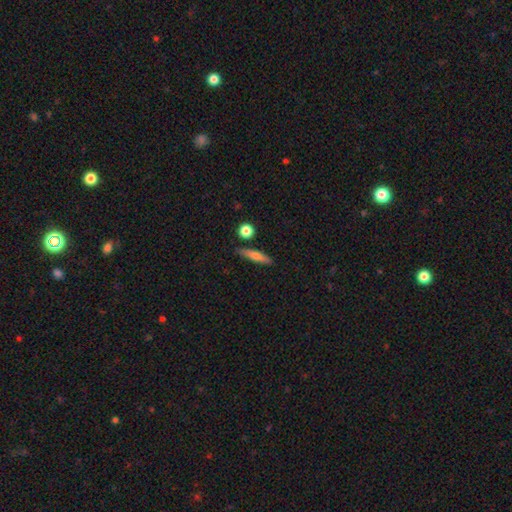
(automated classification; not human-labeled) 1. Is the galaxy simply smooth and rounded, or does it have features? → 63% smooth, 30% featured or disk, 7% star or artifact.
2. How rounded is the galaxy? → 81% cigar-shaped, 15% in between, 4% round.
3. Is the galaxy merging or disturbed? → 83% none, 10% minor disturbance, 5% merger, 2% major disturbance.